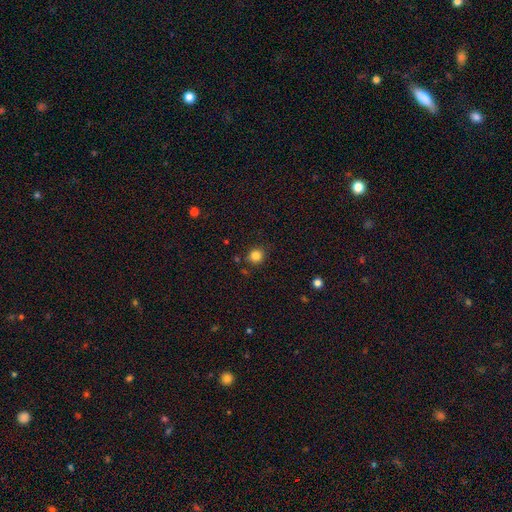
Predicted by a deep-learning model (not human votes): Q: Smooth or featured?
A: smooth (83%); runner-up: star or artifact (13%)
Q: How rounded?
A: round (90%); runner-up: in between (9%)
Q: Merging?
A: none (83%); runner-up: minor disturbance (10%)